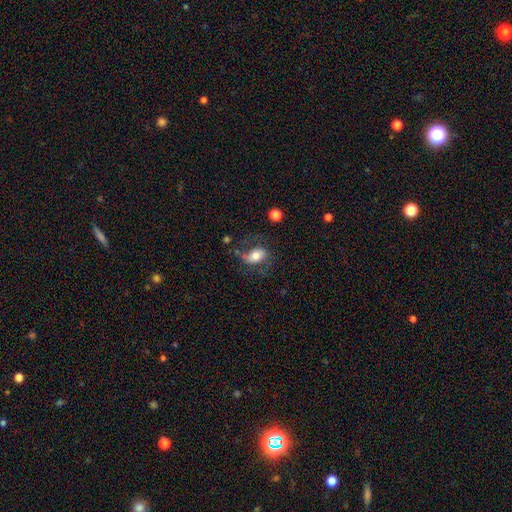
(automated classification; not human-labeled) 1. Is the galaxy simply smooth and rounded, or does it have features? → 58% smooth, 34% featured or disk, 8% star or artifact.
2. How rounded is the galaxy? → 80% in between, 19% round, 2% cigar-shaped.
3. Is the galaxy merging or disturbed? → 55% none, 22% minor disturbance, 19% major disturbance, 3% merger.